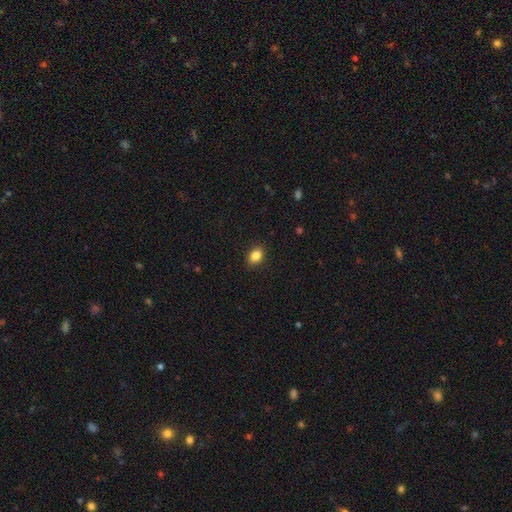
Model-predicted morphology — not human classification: Smooth or featured?
  - smooth: 85% *
  - star or artifact: 9%
  - featured or disk: 5%
How rounded?
  - in between: 71% *
  - round: 27%
  - cigar-shaped: 1%
Merging?
  - none: 90% *
  - minor disturbance: 8%
  - major disturbance: 2%
  - merger: 1%